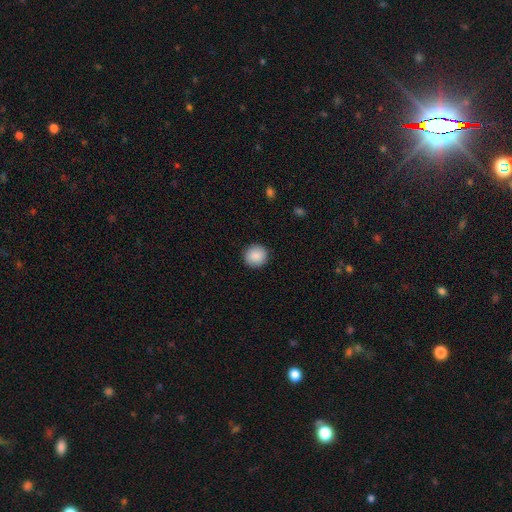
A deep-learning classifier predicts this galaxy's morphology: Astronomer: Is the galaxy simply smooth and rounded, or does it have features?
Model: smooth — 89%.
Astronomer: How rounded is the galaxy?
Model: round — 93%.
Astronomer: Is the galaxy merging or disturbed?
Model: none — 92%.